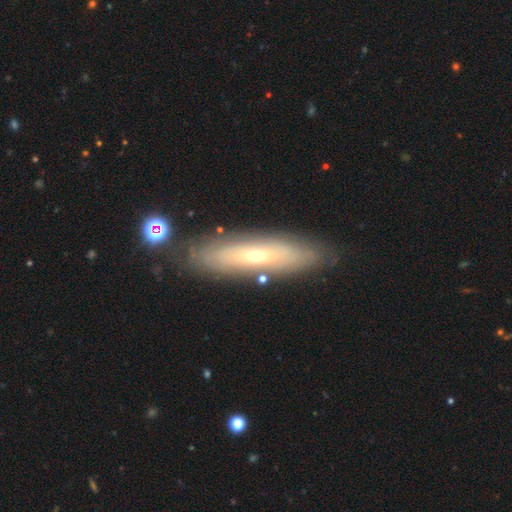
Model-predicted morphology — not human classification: Smooth or featured: featured or disk — 58% (smooth — 34%)
Edge-on disk: no — 54% (yes — 46%)
Merging: none — 82% (minor disturbance — 11%)